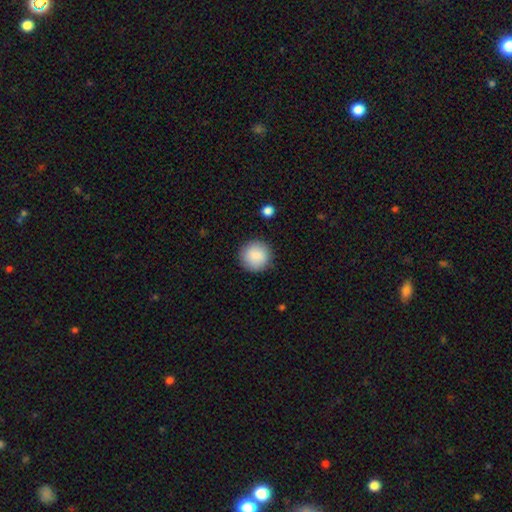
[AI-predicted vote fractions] smooth_or_featured: smooth (p=0.87) [alt: star or artifact p=0.07]
how_rounded: round (p=0.95) [alt: in between p=0.04]
merging: none (p=0.90) [alt: minor disturbance p=0.07]